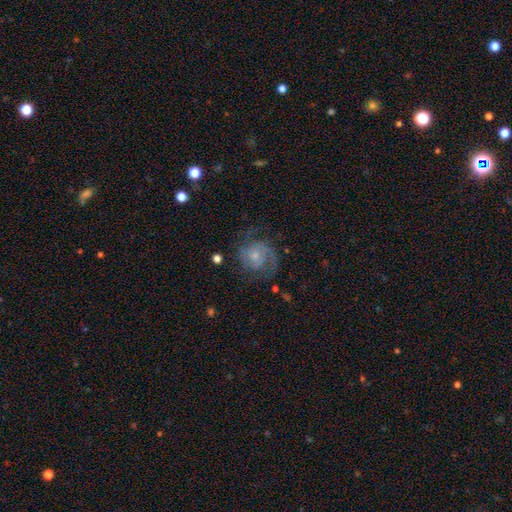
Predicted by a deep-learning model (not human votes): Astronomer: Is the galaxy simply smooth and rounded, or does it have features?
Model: featured or disk — 78%.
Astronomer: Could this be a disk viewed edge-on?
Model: no — 98%.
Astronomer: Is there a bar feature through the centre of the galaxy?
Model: no — 71%.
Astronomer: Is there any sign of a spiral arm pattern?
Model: yes — 94%.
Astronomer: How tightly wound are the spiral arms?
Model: medium — 43% (runner-up: tight, 38%).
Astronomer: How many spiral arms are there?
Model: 2 — 58%.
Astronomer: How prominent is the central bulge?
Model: small — 58%.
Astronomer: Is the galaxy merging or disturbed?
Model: none — 65%.